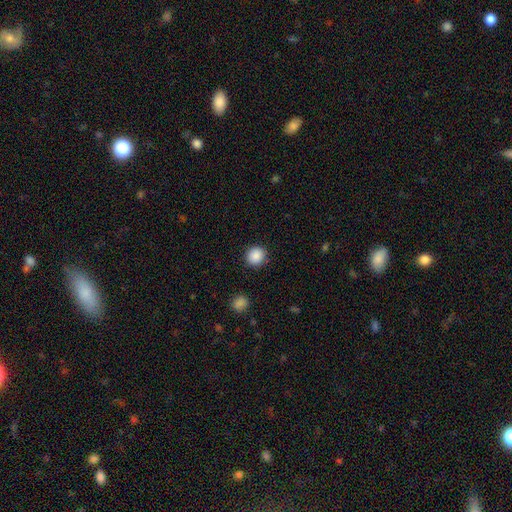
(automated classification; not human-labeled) Q: Smooth or featured?
A: smooth (88%); runner-up: star or artifact (9%)
Q: How rounded?
A: round (93%); runner-up: in between (6%)
Q: Merging?
A: none (91%); runner-up: minor disturbance (6%)